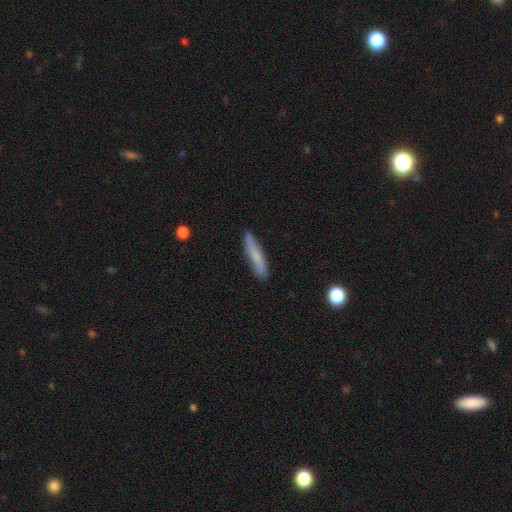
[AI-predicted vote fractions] Smooth or featured? Predicted: smooth (p=0.65). How rounded? Predicted: cigar-shaped (p=0.85). Merging? Predicted: none (p=0.85).